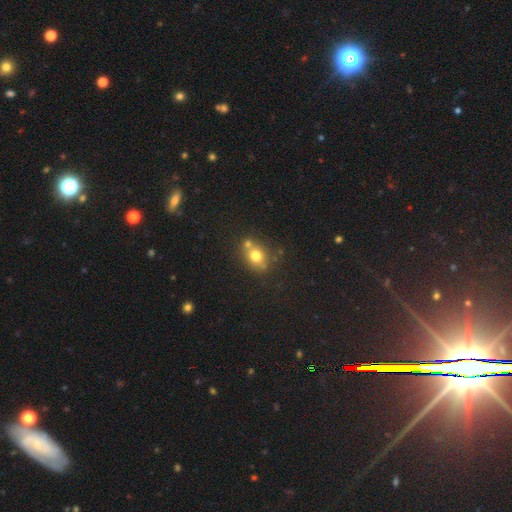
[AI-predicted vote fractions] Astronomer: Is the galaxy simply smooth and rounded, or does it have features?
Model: smooth — 72%.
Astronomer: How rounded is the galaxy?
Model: round — 63%.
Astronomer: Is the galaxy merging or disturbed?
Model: none — 55%.